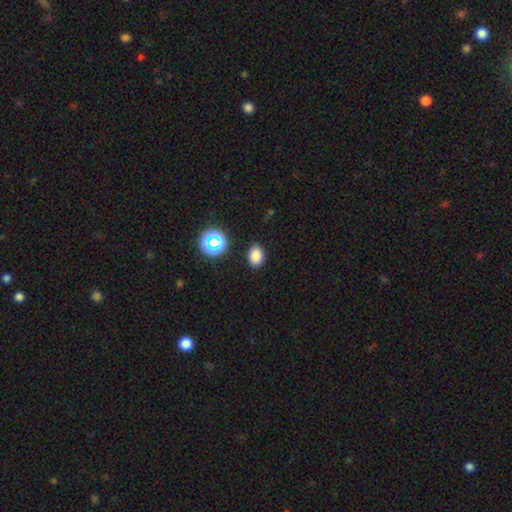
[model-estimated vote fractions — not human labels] smooth_or_featured: smooth (p=0.80) [alt: star or artifact p=0.15]
how_rounded: in between (p=0.70) [alt: round p=0.29]
merging: none (p=0.87) [alt: minor disturbance p=0.09]